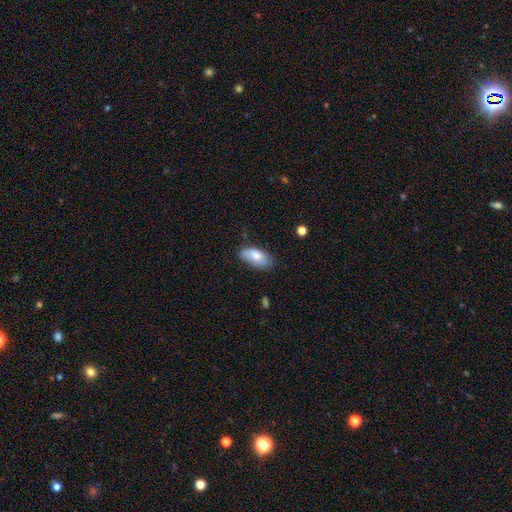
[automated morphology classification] smooth-or-featured: smooth: 78% | featured or disk: 15% | star or artifact: 7%
  how-rounded: in between: 91% | cigar-shaped: 6% | round: 3%
  merging: none: 66% | minor disturbance: 27% | major disturbance: 5% | merger: 2%